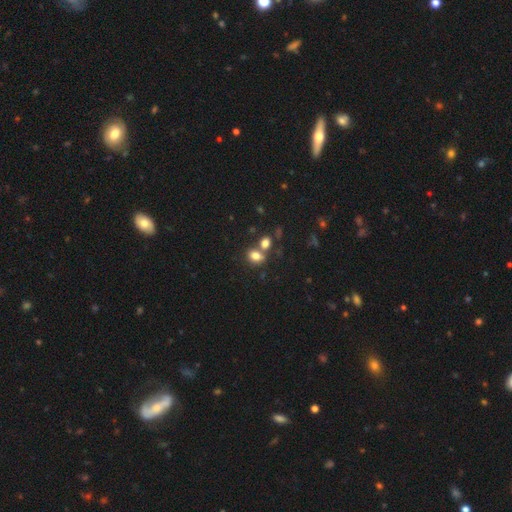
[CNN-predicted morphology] Q: Smooth or featured?
A: smooth (79%); runner-up: star or artifact (12%)
Q: How rounded?
A: in between (59%); runner-up: round (40%)
Q: Merging?
A: none (51%); runner-up: merger (35%)